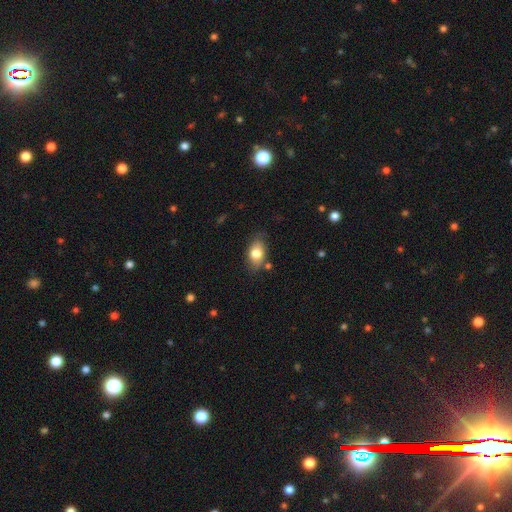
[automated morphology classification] Overall: smooth (76%). How rounded: in between (84%). Merging: none (74%).